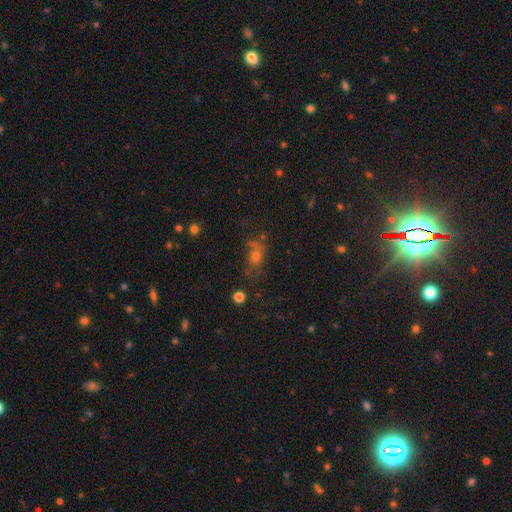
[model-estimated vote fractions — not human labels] Smooth or featured? smooth (52%)
How rounded? in between (56%)
Merging? none (56%)